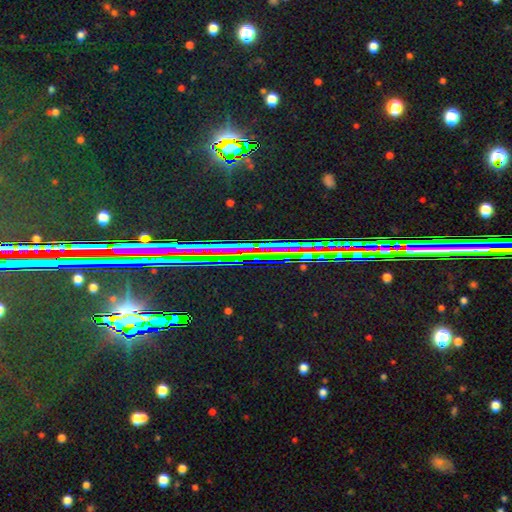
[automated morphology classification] A star or artifact, not a galaxy (74%).